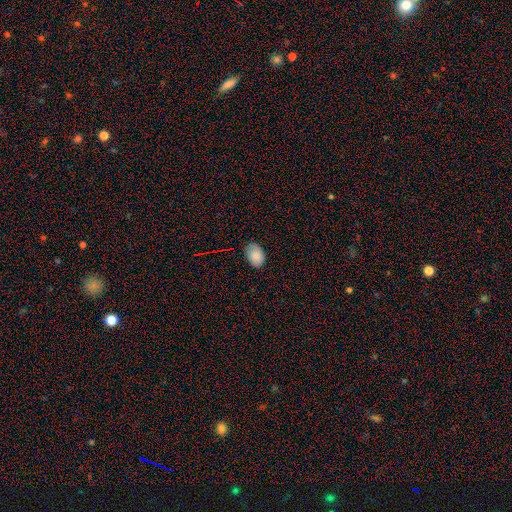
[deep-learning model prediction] Smooth or featured: smooth — 86% (star or artifact — 8%)
How rounded: in between — 86% (round — 13%)
Merging: none — 77% (minor disturbance — 19%)